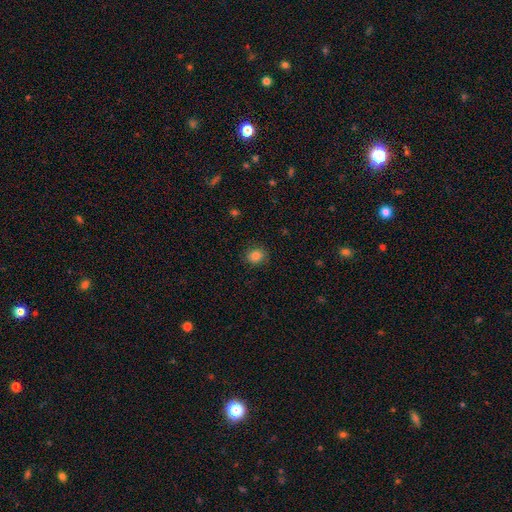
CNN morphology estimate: smooth 83%, star or artifact 11%, featured or disk 5%. Down the decision tree: how rounded — round (73%); merging — none (87%).